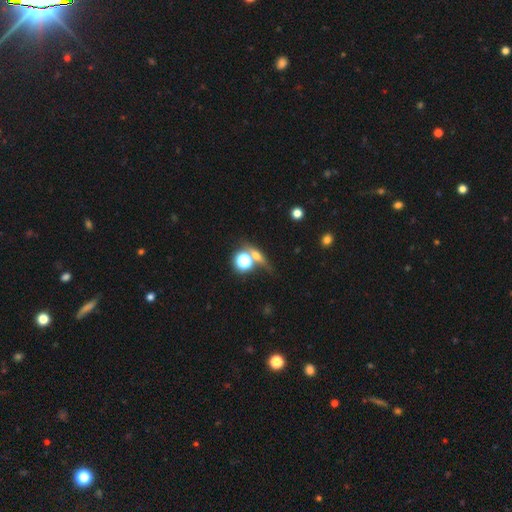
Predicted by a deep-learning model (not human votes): A smooth galaxy with no disk features (43%). Merging: none (64%).